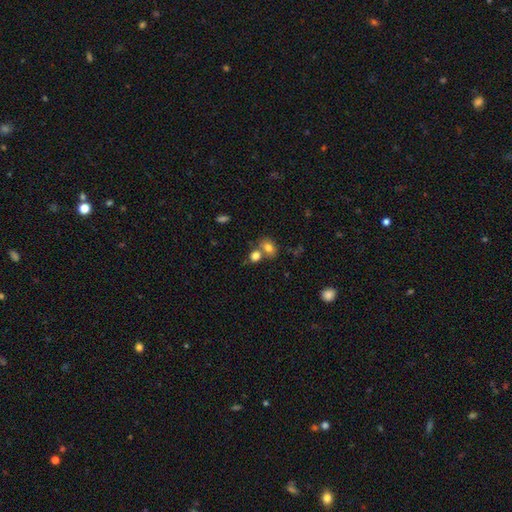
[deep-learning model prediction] Q: Smooth or featured?
A: smooth (79%); runner-up: star or artifact (11%)
Q: How rounded?
A: round (54%); runner-up: in between (45%)
Q: Merging?
A: none (45%); runner-up: merger (41%)